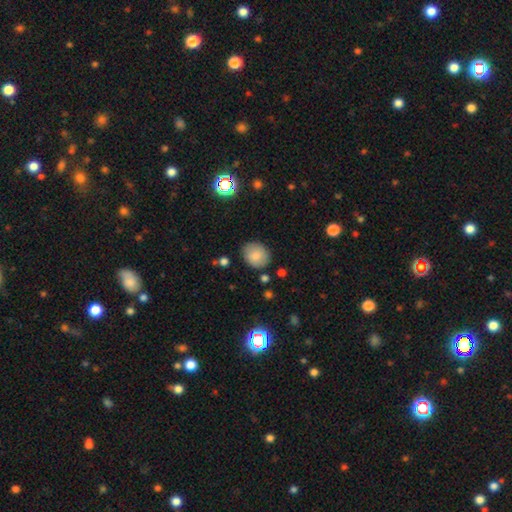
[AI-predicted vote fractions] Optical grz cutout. It shows a smooth galaxy with no disk features (83%) that is round (67%). Merging: none (83%).